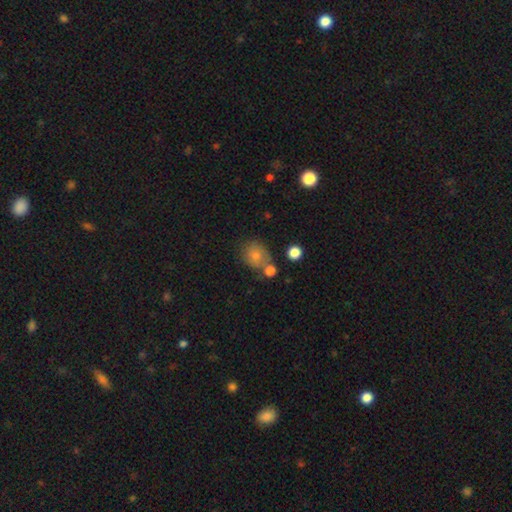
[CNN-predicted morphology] This appears to be a smooth galaxy with no disk features (70%) that is round (70%). Merging: none (67%).